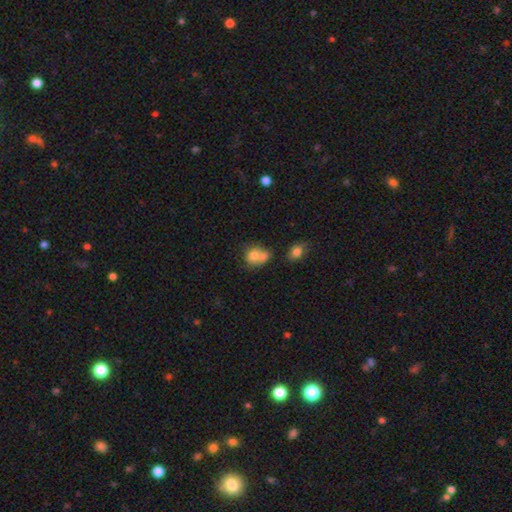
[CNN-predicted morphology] A smooth galaxy with no disk features (73%) that is round (64%). Merging: merger (60%).